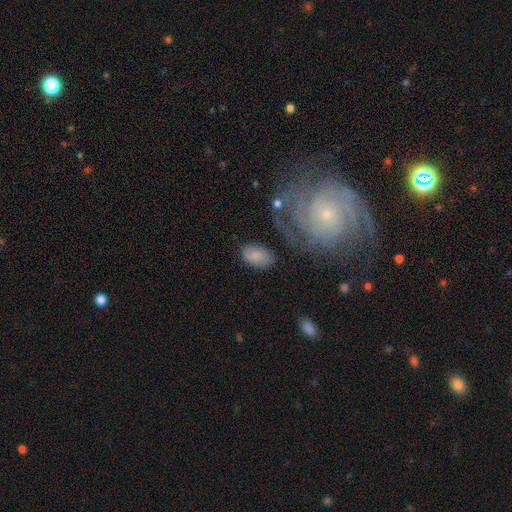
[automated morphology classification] The model was most divided on "merging": none: 67%, minor disturbance: 20%, major disturbance: 8%, merger: 5%. More confident: how rounded — in between (90%); smooth or featured — smooth (77%).